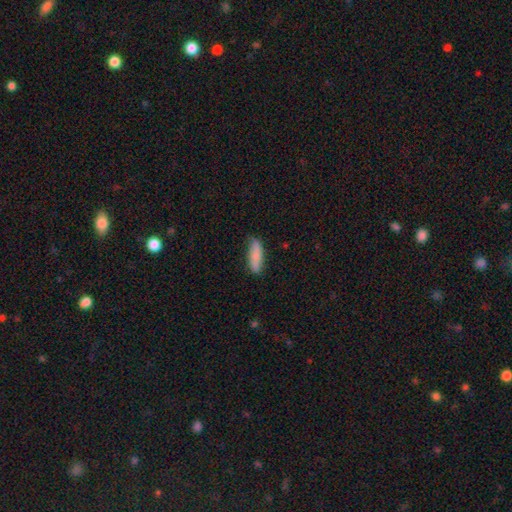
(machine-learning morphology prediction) Smooth or featured? smooth (82%)
How rounded? cigar-shaped (52%)
Merging? none (77%)